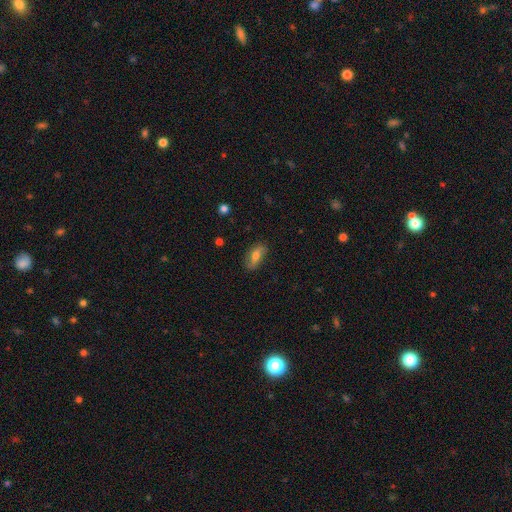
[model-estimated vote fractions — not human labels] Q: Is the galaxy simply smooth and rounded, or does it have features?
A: smooth — 64%.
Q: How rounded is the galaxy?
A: in between — 81%.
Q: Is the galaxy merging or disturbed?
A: none — 80%.